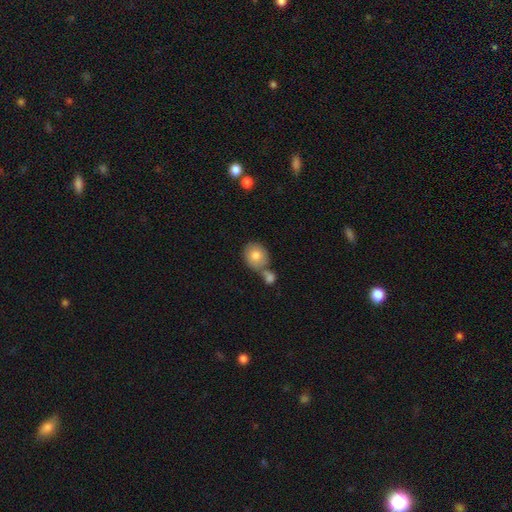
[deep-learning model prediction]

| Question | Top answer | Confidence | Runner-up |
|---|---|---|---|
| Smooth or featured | smooth | 81% | featured or disk (12%) |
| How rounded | round | 72% | in between (27%) |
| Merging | none | 49% | merger (35%) |